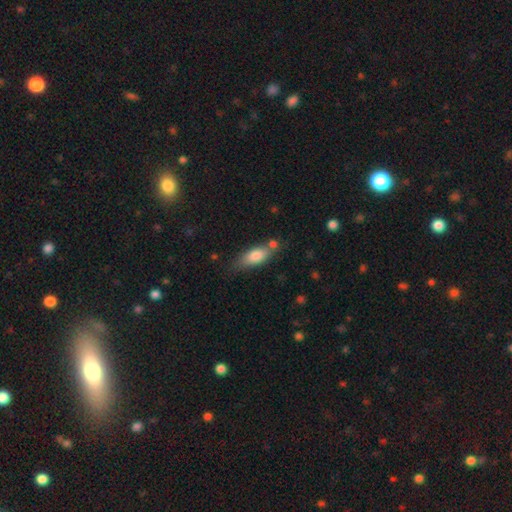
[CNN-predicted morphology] type=smooth (78%); roundness=in between (74%); merging=none (57%).